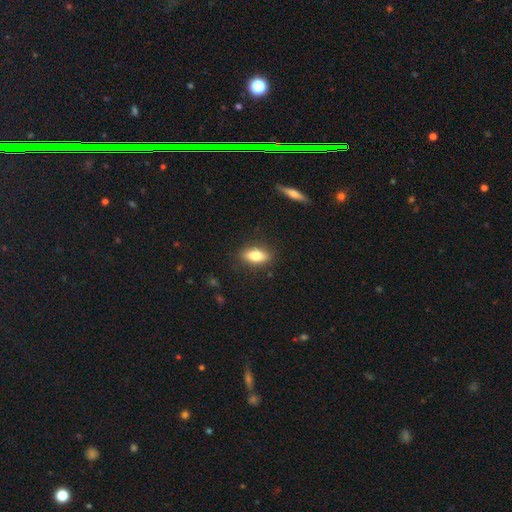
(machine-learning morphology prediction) Smooth or featured? smooth (80%)
How rounded? in between (82%)
Merging? none (86%)